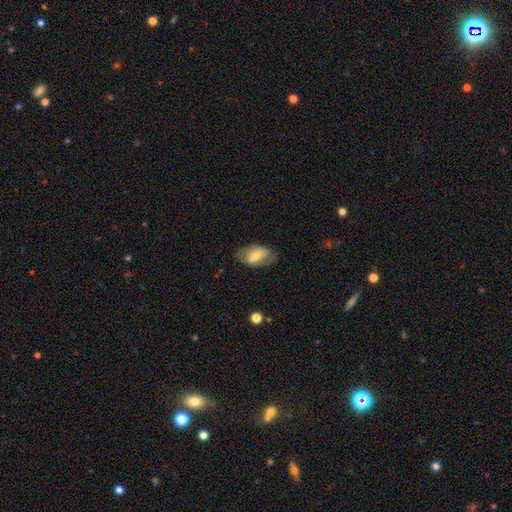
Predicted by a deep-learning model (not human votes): smooth-or-featured: smooth: 51% | featured or disk: 42% | star or artifact: 7%
  how-rounded: in between: 90% | round: 8% | cigar-shaped: 2%
  merging: none: 70% | minor disturbance: 19% | major disturbance: 9% | merger: 1%